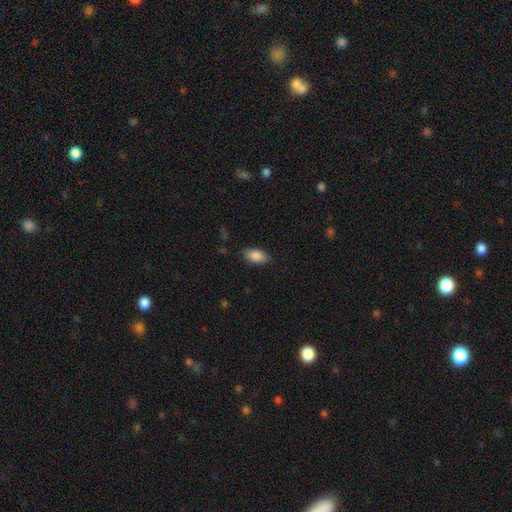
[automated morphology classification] type=smooth (88%); roundness=in between (92%); merging=none (84%).